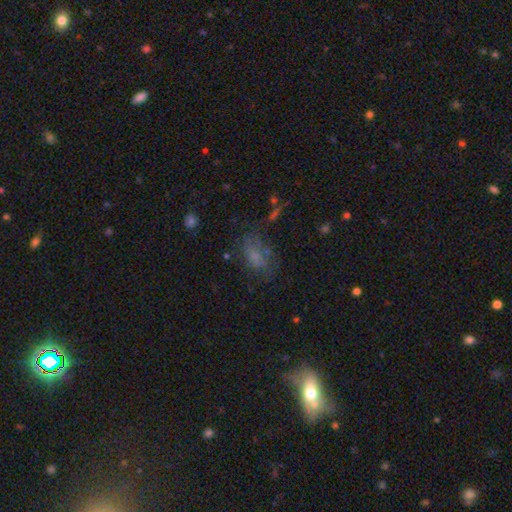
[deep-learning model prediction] Q: Smooth or featured?
A: smooth (62%); runner-up: featured or disk (21%)
Q: How rounded?
A: in between (85%); runner-up: round (11%)
Q: Merging?
A: none (50%); runner-up: minor disturbance (25%)